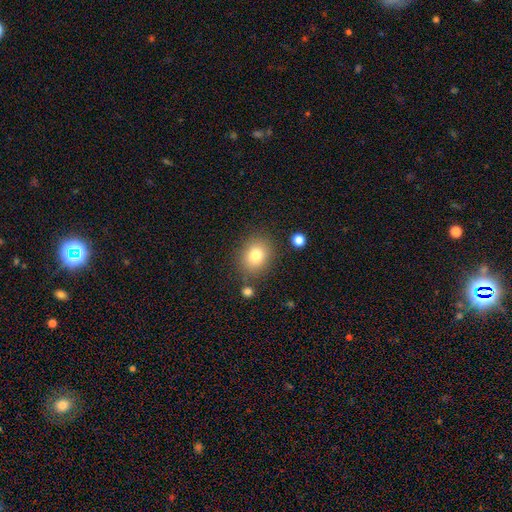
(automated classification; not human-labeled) Overall: smooth (79%). How rounded: round (63%; in between 36%). Merging: none (81%).